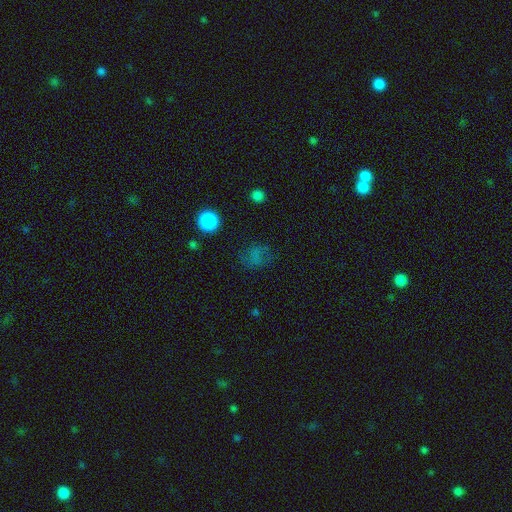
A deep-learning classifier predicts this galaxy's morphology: Smooth or featured? Predicted: smooth (p=0.62). How rounded? Predicted: round (p=0.65). Merging? Predicted: none (p=0.65).